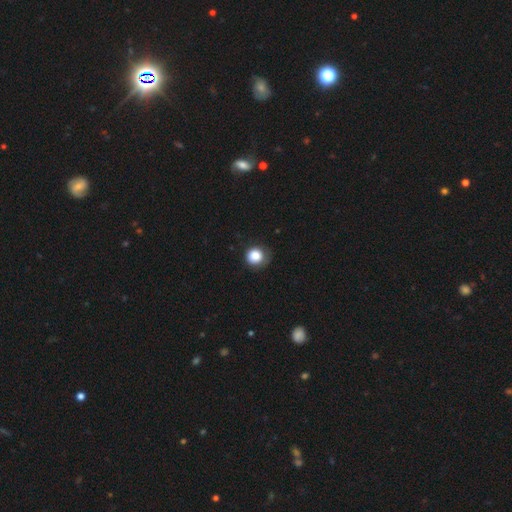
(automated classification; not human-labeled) This appears to be a smooth galaxy with no disk features (84%) that is round (90%). Merging: none (70%).